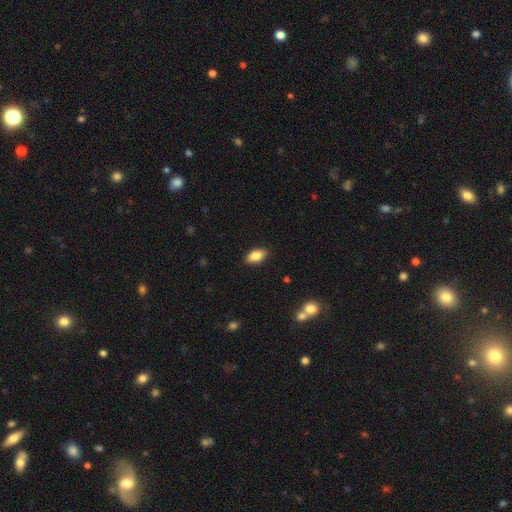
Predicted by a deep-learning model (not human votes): Smooth or featured: smooth — 84% (featured or disk — 8%)
How rounded: in between — 92% (round — 5%)
Merging: none — 89% (minor disturbance — 8%)